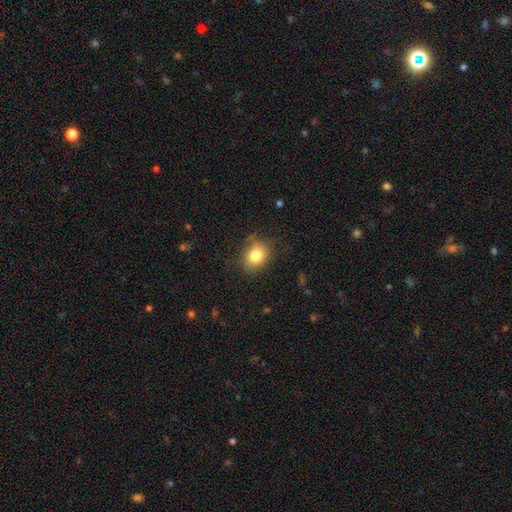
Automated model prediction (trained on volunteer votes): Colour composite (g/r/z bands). It shows a smooth galaxy with no disk features (80%) that is round (51%). Merging: none (77%).